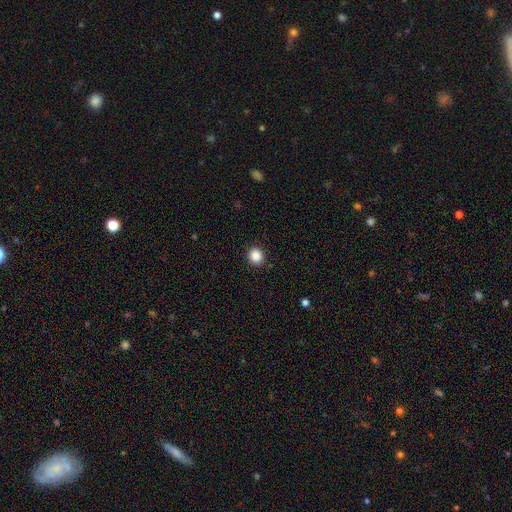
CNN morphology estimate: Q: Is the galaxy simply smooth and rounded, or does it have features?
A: smooth — 87%.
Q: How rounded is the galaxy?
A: round — 87%.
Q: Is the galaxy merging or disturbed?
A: none — 91%.